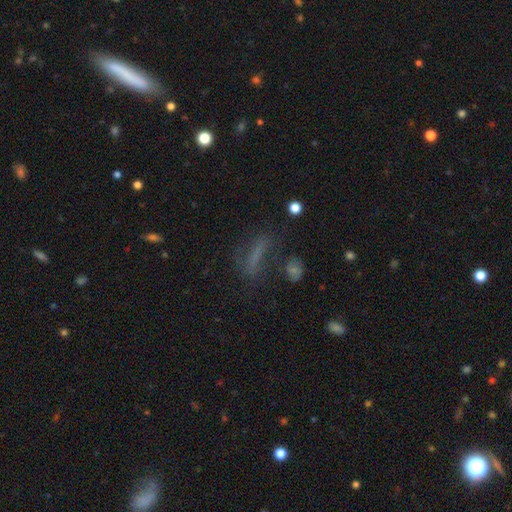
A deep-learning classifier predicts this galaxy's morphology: type=smooth (54%); roundness=cigar-shaped (71%); merging=none (59%).